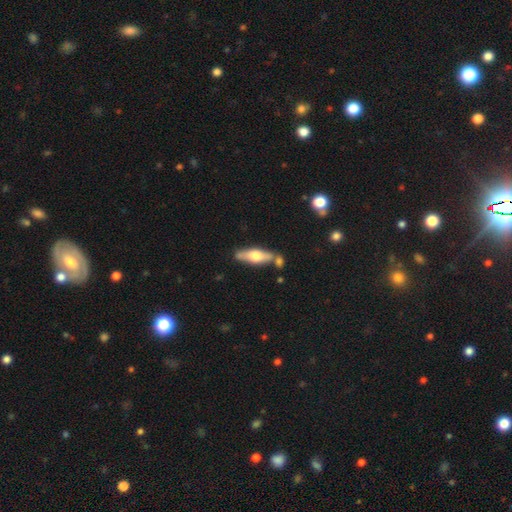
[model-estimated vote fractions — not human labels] Smooth or featured: smooth — 49% (featured or disk — 46%)
Merging: none — 68% (merger — 15%)